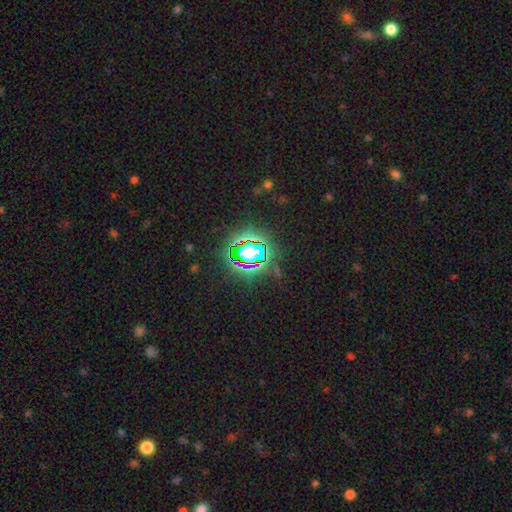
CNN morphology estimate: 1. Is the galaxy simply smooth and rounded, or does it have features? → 72% star or artifact, 17% smooth, 12% featured or disk.